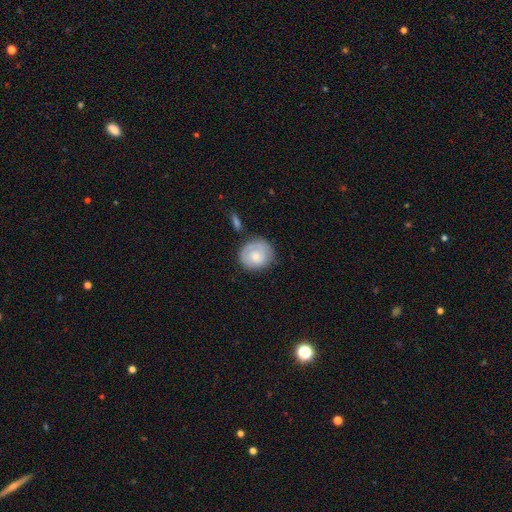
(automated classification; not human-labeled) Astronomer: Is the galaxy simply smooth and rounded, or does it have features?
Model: smooth — 58% (runner-up: featured or disk, 35%).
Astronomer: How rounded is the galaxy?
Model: round — 83%.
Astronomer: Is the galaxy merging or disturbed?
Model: none — 72%.